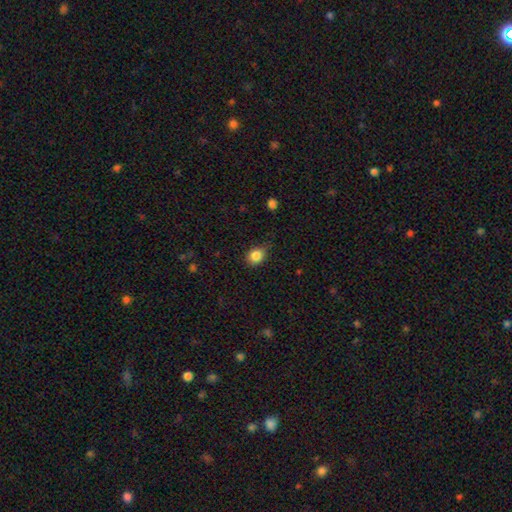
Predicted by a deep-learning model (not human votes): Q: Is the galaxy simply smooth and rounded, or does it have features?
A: smooth — 85%.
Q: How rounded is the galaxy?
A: round — 56%.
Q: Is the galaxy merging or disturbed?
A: none — 72%.